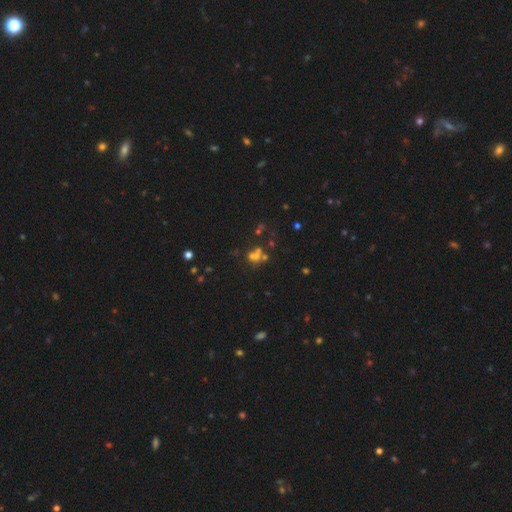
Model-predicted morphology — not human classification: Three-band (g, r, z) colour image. It shows a smooth galaxy with no disk features (44%). Merging: merger (41%, tied with none).